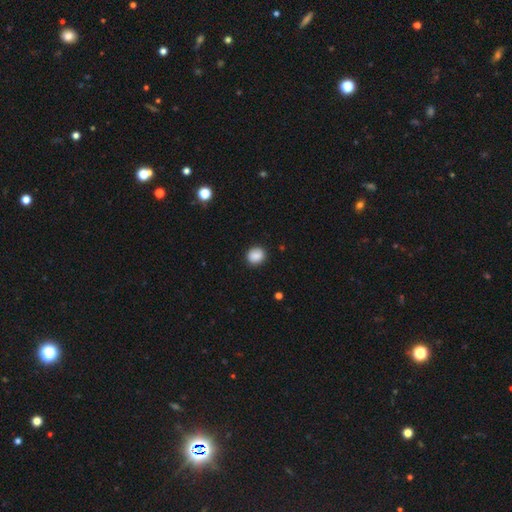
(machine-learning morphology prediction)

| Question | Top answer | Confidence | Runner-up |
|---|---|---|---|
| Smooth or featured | smooth | 88% | star or artifact (9%) |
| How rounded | round | 79% | in between (20%) |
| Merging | none | 89% | minor disturbance (8%) |